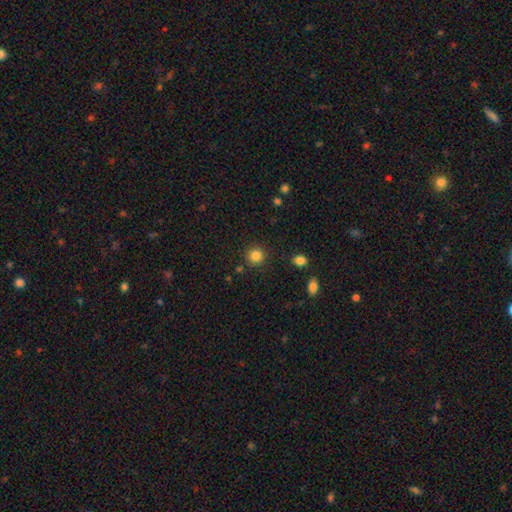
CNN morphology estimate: Smooth or featured?
  - smooth: 84% *
  - star or artifact: 11%
  - featured or disk: 4%
How rounded?
  - round: 92% *
  - in between: 7%
  - cigar-shaped: 1%
Merging?
  - none: 87% *
  - minor disturbance: 7%
  - merger: 3%
  - major disturbance: 3%